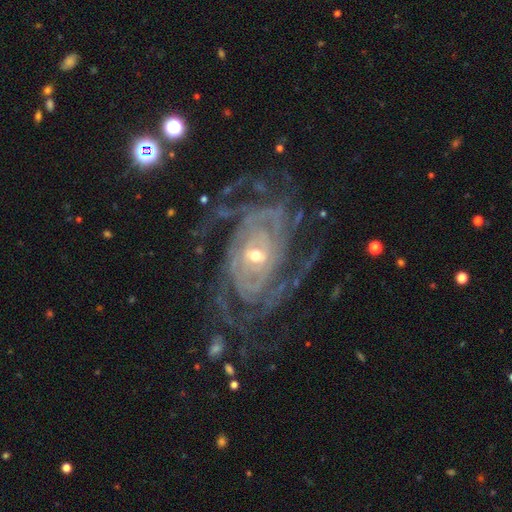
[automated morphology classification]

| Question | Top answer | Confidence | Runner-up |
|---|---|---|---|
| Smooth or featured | featured or disk | 91% | star or artifact (5%) |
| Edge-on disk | no | 96% | yes (4%) |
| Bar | no | 50% | weak (33%) |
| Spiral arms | yes | 96% | no (4%) |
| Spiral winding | tight | 63% | medium (27%) |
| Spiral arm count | can't tell | 27% | 2 (22%) |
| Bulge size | small | 55% | moderate (41%) |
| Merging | none | 66% | major disturbance (17%) |